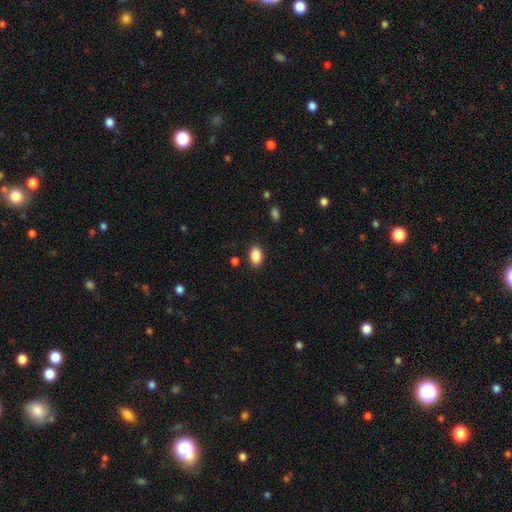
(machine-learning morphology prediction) A smooth galaxy with no disk features (88%) that is in between round and cigar-shaped (88%).

Vote fractions:
- Smooth or featured? smooth: 88% / star or artifact: 8% / featured or disk: 4%
- How rounded? in between: 88% / round: 10% / cigar-shaped: 1%
- Merging? none: 87% / minor disturbance: 9% / major disturbance: 2% / merger: 2%